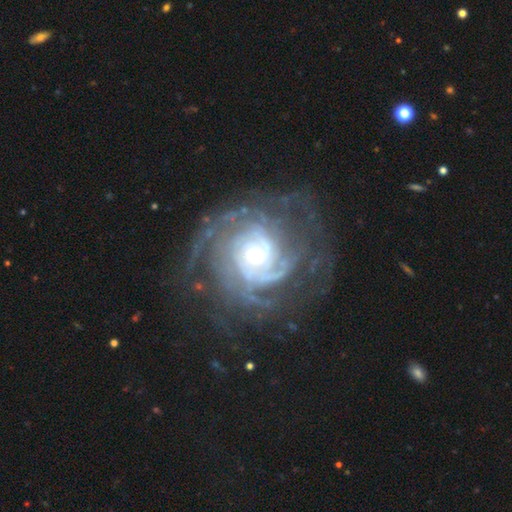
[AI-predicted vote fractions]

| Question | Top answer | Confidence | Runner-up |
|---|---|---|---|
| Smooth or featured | featured or disk | 90% | star or artifact (6%) |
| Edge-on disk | no | 97% | yes (3%) |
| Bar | no | 74% | weak (19%) |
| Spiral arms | yes | 97% | no (3%) |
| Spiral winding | tight | 69% | medium (24%) |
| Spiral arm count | can't tell | 28% | 2 (19%) |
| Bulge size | small | 57% | moderate (36%) |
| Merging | none | 69% | minor disturbance (16%) |